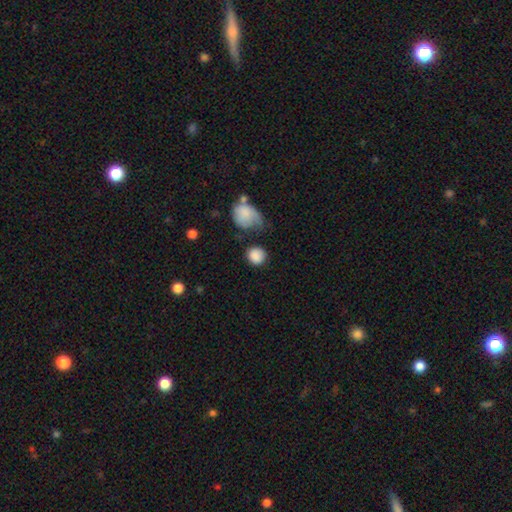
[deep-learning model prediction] Smooth or featured?
  - smooth: 86% *
  - star or artifact: 8%
  - featured or disk: 5%
How rounded?
  - round: 86% *
  - in between: 13%
  - cigar-shaped: 1%
Merging?
  - none: 68% *
  - minor disturbance: 17%
  - major disturbance: 8%
  - merger: 6%